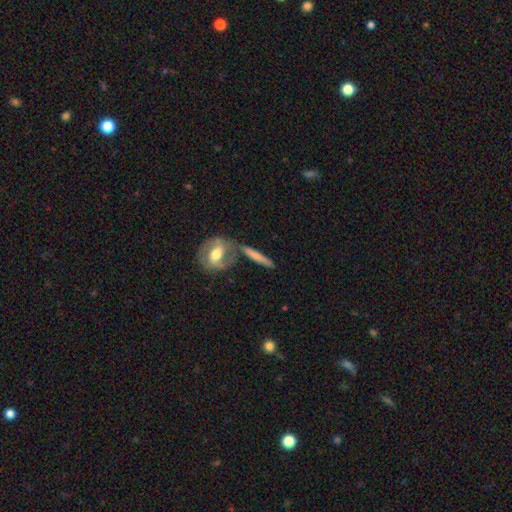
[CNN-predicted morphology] smooth 53%, featured or disk 40%, star or artifact 6%. Down the decision tree: how rounded — cigar-shaped (81%); merging — none (64%).